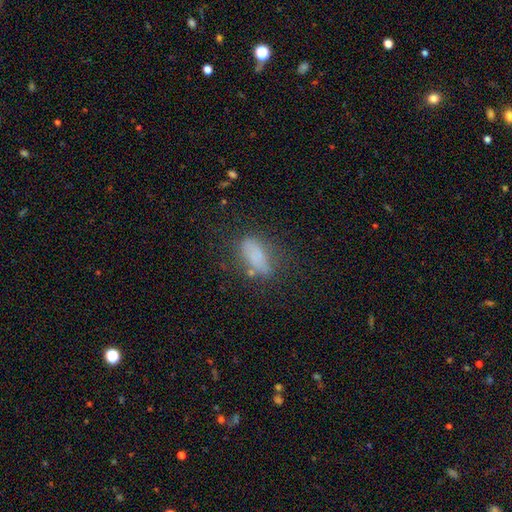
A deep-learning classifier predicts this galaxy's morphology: Smooth or featured? Predicted: smooth (p=0.69). How rounded? Predicted: in between (p=0.78). Merging? Predicted: none (p=0.53).